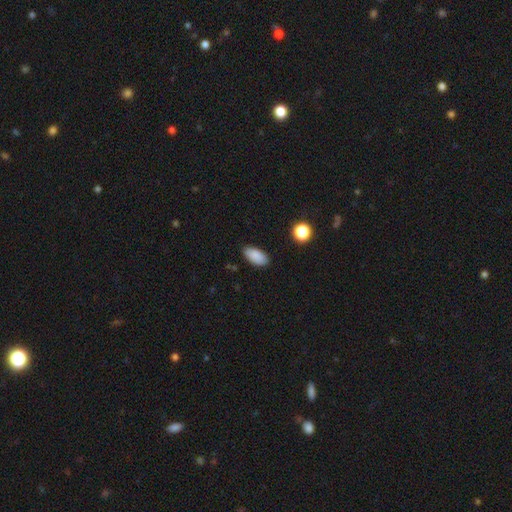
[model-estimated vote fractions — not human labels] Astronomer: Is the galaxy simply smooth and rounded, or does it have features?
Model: smooth — 88%.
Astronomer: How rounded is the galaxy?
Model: in between — 92%.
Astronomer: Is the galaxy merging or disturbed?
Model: none — 86%.